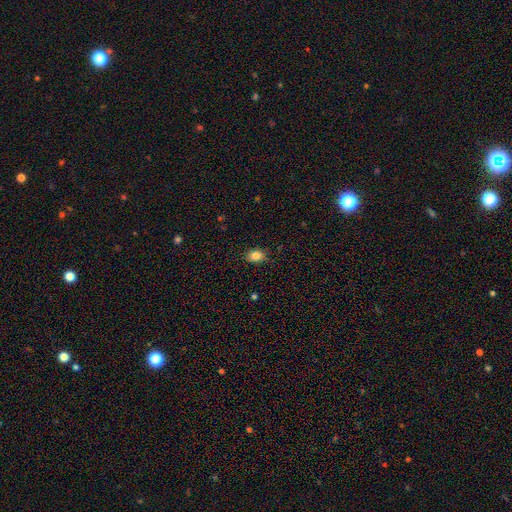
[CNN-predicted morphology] Overall: smooth (84%). How rounded: in between (72%). Merging: none (85%).